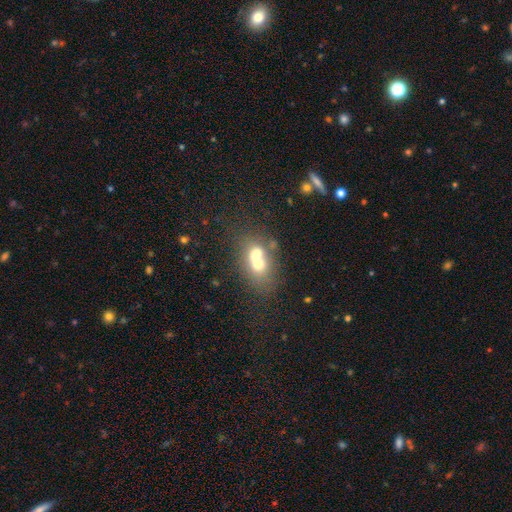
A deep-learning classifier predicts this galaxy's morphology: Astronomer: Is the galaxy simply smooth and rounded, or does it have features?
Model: smooth — 61%.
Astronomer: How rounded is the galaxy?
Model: in between — 56% (runner-up: round, 43%).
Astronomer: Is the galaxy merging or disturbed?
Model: merger — 68%.